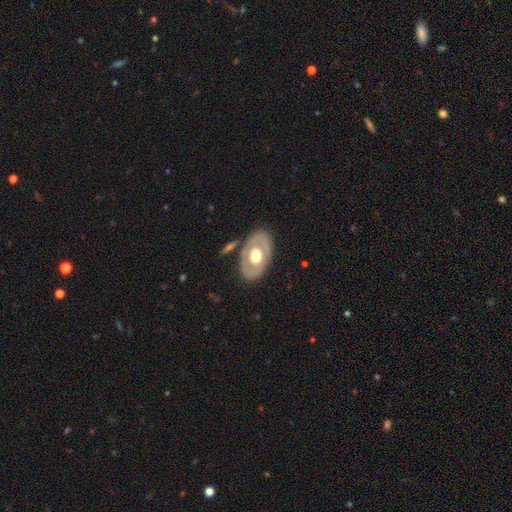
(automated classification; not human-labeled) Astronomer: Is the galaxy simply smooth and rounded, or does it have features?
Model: featured or disk — 54% (runner-up: smooth, 41%).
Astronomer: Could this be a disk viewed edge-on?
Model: no — 89%.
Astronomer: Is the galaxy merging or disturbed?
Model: none — 78%.